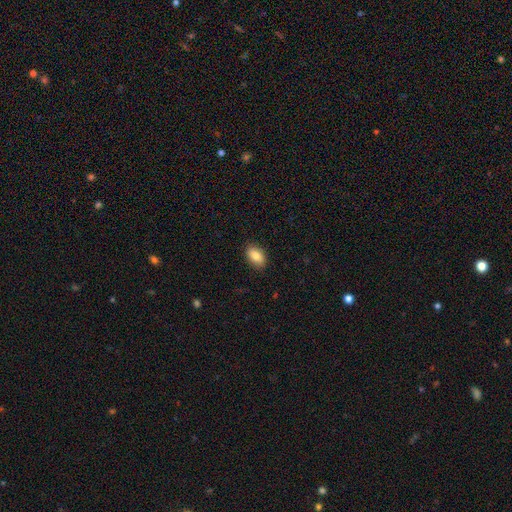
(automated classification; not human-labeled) This appears to be a smooth galaxy with no disk features (84%) that is in between round and cigar-shaped (91%). Merging: none (88%).